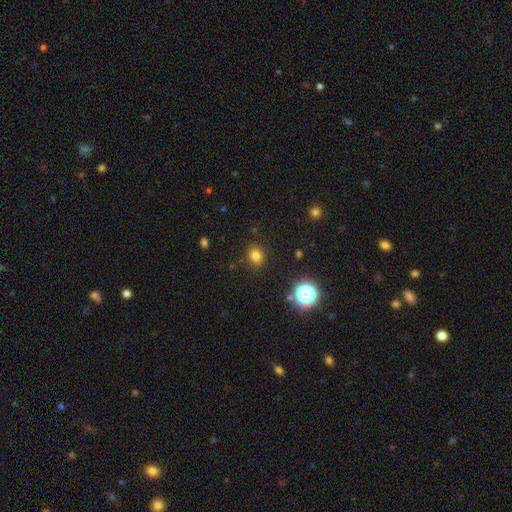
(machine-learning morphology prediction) Q: Smooth or featured?
A: smooth (79%); runner-up: star or artifact (15%)
Q: How rounded?
A: round (72%); runner-up: in between (27%)
Q: Merging?
A: none (88%); runner-up: minor disturbance (8%)